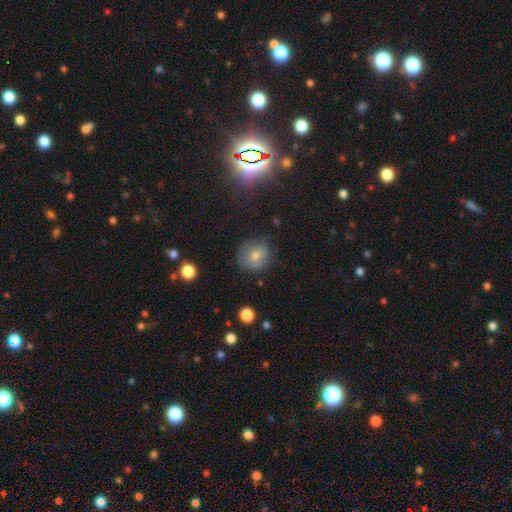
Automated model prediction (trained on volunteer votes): The model was most divided on "merging": none: 68%, minor disturbance: 23%, major disturbance: 7%, merger: 2%. More confident: how rounded — round (78%); smooth or featured — smooth (70%).